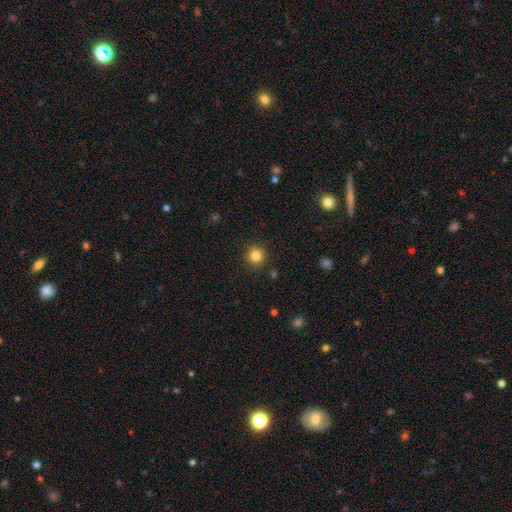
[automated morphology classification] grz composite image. It shows a smooth galaxy with no disk features (84%) that is round (94%). Merging: none (90%).